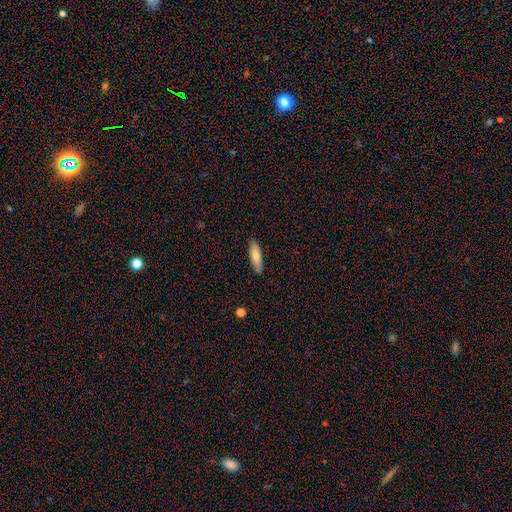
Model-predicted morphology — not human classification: Smooth or featured? Predicted: smooth (p=0.78). How rounded? Predicted: cigar-shaped (p=0.55). Merging? Predicted: none (p=0.88).